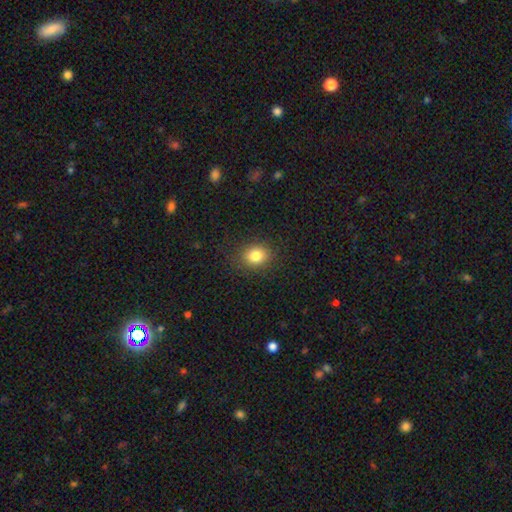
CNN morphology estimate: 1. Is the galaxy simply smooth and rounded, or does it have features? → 82% smooth, 12% star or artifact, 7% featured or disk.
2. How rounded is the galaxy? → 63% round, 36% in between, 1% cigar-shaped.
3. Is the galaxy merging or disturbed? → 87% none, 9% minor disturbance, 3% major disturbance, 1% merger.